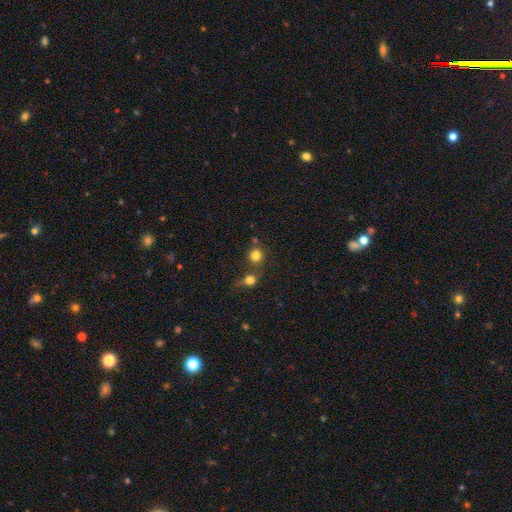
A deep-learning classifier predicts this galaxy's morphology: smooth_or_featured: smooth (p=0.79) [alt: star or artifact p=0.14]
how_rounded: round (p=0.87) [alt: in between p=0.12]
merging: none (p=0.61) [alt: merger p=0.27]